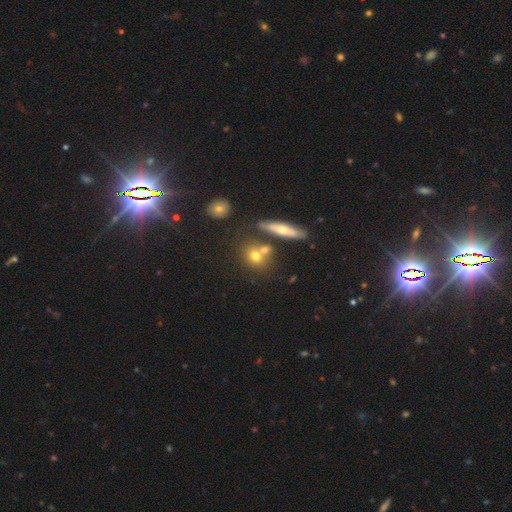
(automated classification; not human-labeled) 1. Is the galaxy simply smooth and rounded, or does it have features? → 65% smooth, 21% featured or disk, 14% star or artifact.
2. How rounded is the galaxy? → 61% round, 30% in between, 8% cigar-shaped.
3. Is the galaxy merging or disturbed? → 56% none, 28% merger, 12% minor disturbance, 5% major disturbance.